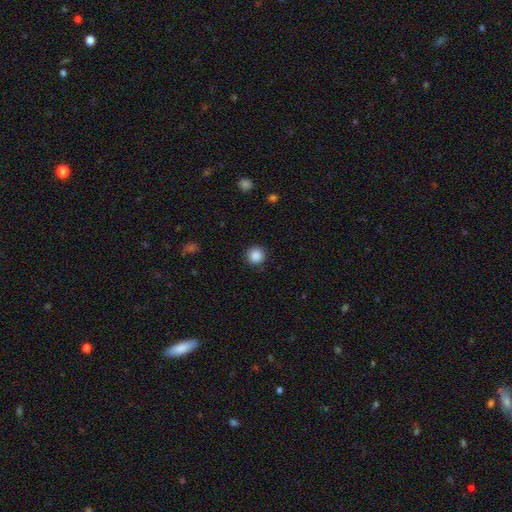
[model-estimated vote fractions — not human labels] The model was most divided on "smooth or featured": smooth: 88%, star or artifact: 10%, featured or disk: 3%. More confident: how rounded — round (94%); merging — none (90%).